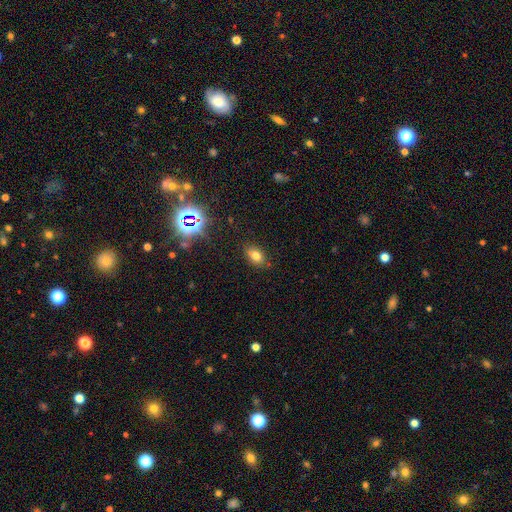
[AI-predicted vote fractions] The model was most divided on "how rounded": in between: 78%, round: 20%, cigar-shaped: 2%. More confident: merging — none (82%); smooth or featured — smooth (74%).